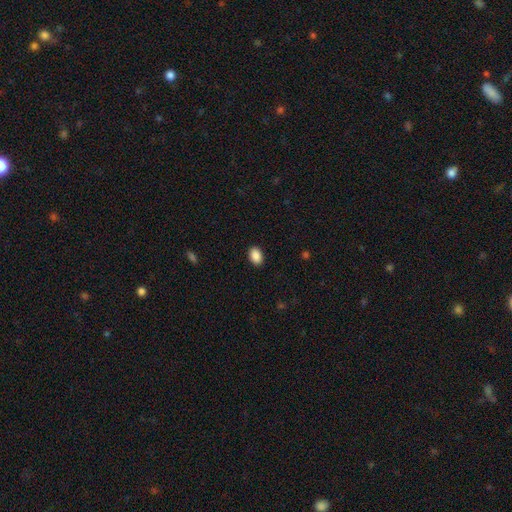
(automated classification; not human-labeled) Smooth or featured: smooth — 89% (star or artifact — 8%)
How rounded: in between — 84% (round — 15%)
Merging: none — 90% (minor disturbance — 7%)